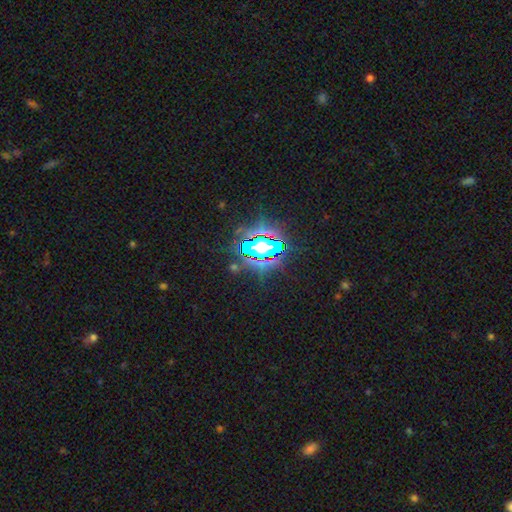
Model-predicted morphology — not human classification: Smooth or featured? Predicted: star or artifact (p=0.79).